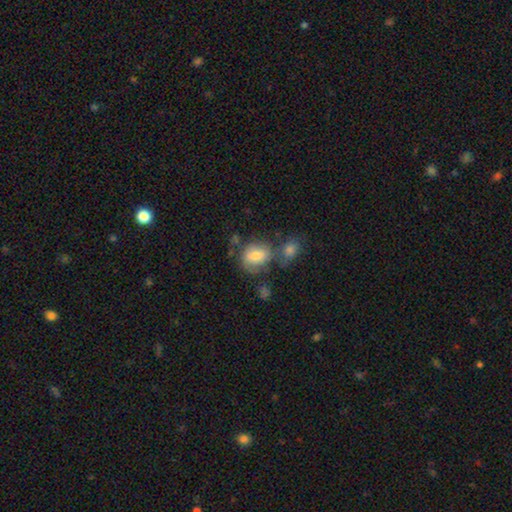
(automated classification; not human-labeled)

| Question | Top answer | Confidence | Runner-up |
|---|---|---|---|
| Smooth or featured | smooth | 75% | featured or disk (16%) |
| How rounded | round | 55% | in between (44%) |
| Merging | none | 49% | merger (26%) |